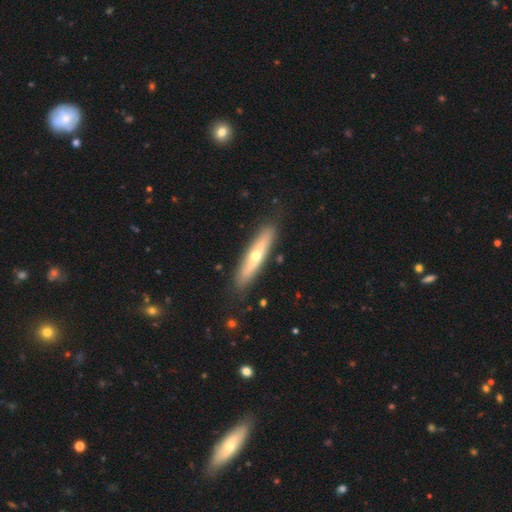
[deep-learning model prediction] Overall: featured or disk (53%; smooth 41%). Edge-on disk: yes (80%). Merging: none (86%).